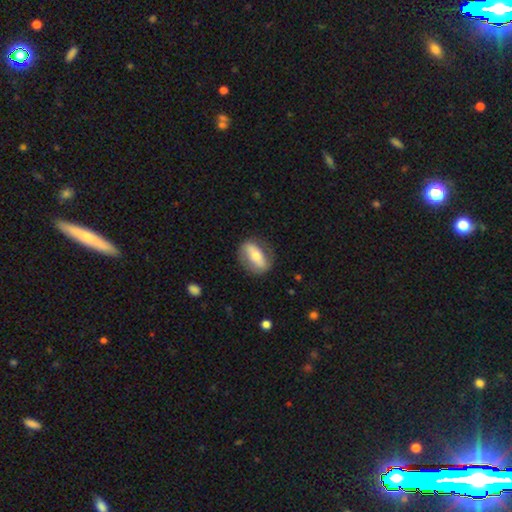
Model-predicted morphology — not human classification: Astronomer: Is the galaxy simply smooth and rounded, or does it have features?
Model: featured or disk — 52% (runner-up: smooth, 42%).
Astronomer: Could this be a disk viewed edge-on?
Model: no — 79%.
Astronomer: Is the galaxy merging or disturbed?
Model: none — 78%.